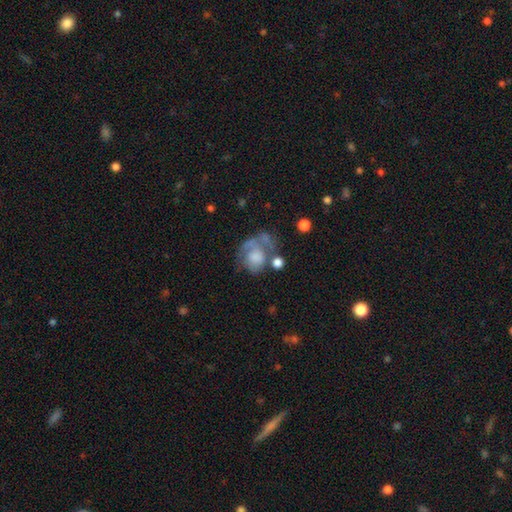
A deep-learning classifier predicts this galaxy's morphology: smooth-or-featured: smooth: 46% | featured or disk: 44% | star or artifact: 10%
  merging: major disturbance: 34% | none: 29% | minor disturbance: 21% | merger: 16%